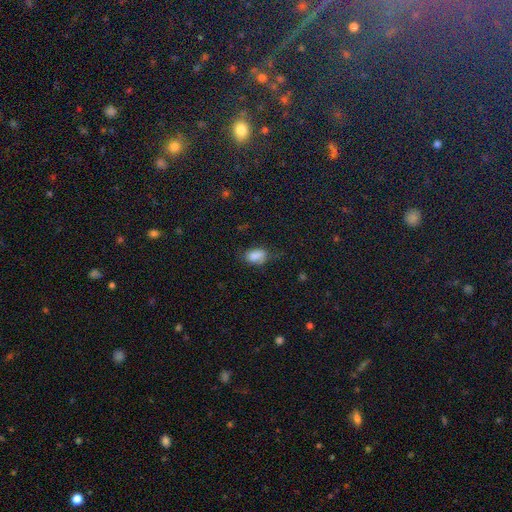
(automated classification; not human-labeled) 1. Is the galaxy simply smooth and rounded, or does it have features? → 80% smooth, 11% star or artifact, 9% featured or disk.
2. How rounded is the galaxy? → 86% in between, 12% round, 2% cigar-shaped.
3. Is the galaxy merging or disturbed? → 55% none, 30% minor disturbance, 11% major disturbance, 4% merger.